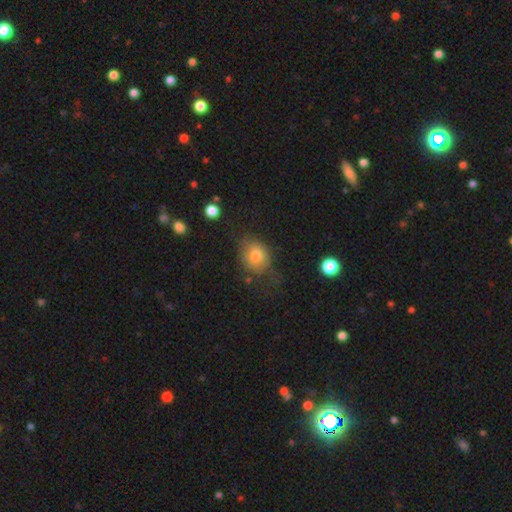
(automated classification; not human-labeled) Smooth or featured? smooth (77%)
How rounded? round (53%)
Merging? none (56%)